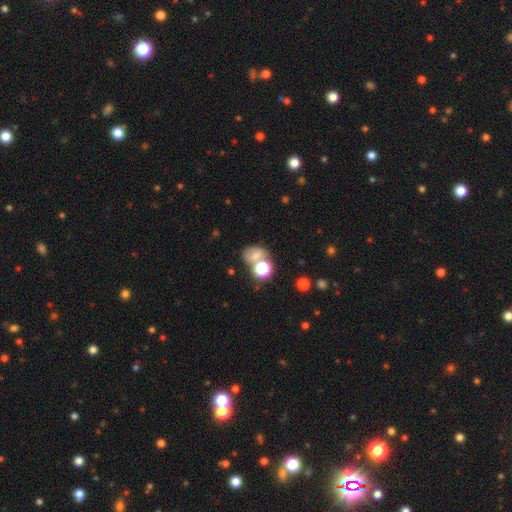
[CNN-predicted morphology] The model was most divided on "how rounded": in between: 52%, round: 47%, cigar-shaped: 1%. Remaining: smooth or featured — smooth (62%); merging — none (42%).